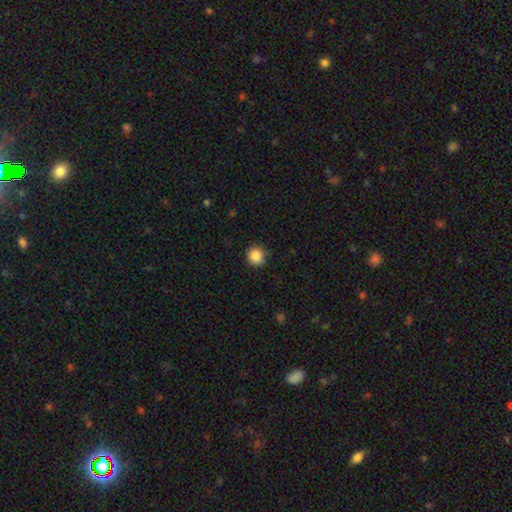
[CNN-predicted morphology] smooth 86%, star or artifact 10%, featured or disk 3%. Down the decision tree: how rounded — round (92%); merging — none (80%).